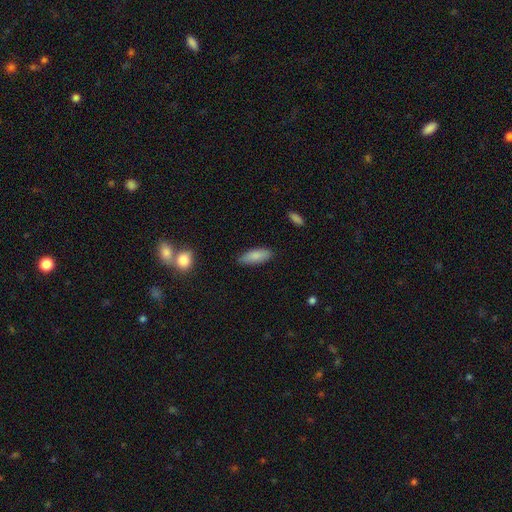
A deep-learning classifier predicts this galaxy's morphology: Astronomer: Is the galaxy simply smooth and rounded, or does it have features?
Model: smooth — 85%.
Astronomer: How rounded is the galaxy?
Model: in between — 71%.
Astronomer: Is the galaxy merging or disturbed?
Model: none — 84%.